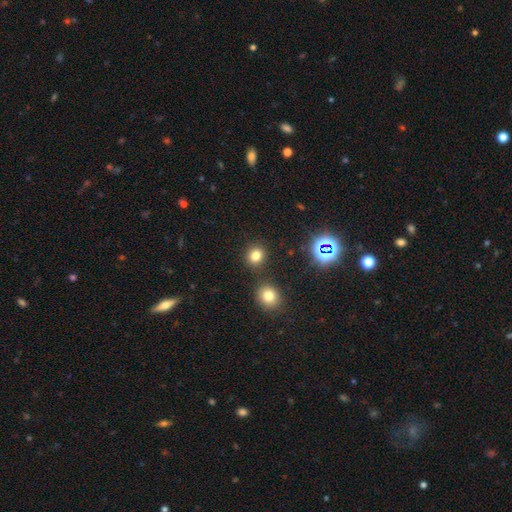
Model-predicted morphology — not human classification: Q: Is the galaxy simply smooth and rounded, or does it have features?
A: smooth — 77%.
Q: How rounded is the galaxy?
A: round — 80%.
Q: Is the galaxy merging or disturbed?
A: none — 84%.